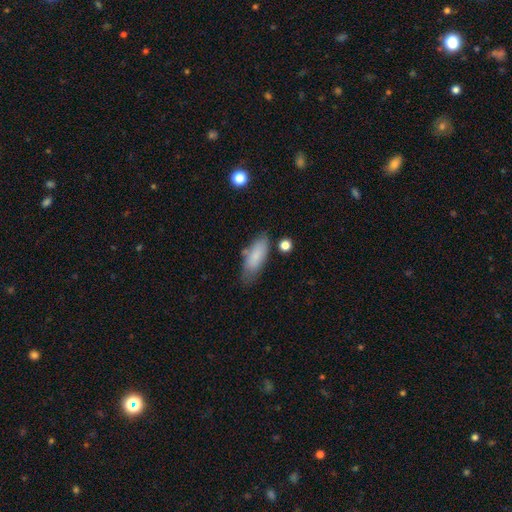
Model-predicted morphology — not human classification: This is clearly a smooth galaxy (82%). How rounded: likely in between (72%). Merging: likely none (69%).